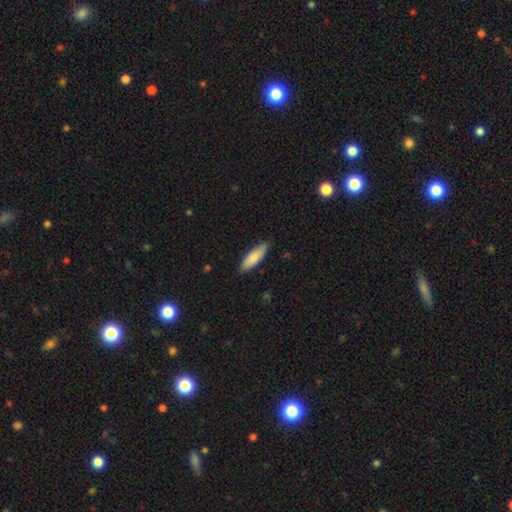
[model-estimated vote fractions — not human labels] Overall: smooth (83%). How rounded: cigar-shaped (55%; in between 44%). Merging: none (84%).